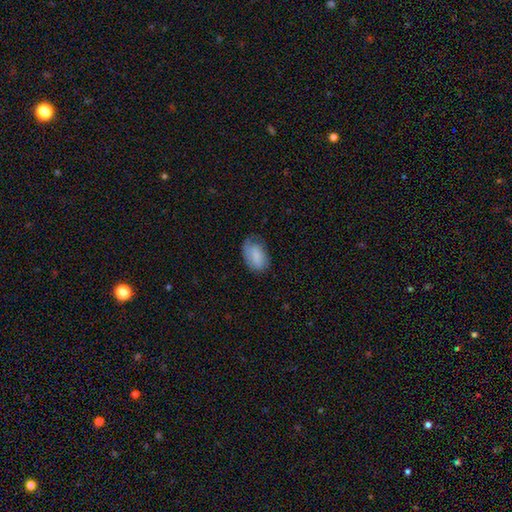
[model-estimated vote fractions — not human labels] Smooth or featured?
  - smooth: 71% *
  - featured or disk: 22%
  - star or artifact: 7%
How rounded?
  - in between: 91% *
  - round: 7%
  - cigar-shaped: 2%
Merging?
  - none: 55% *
  - minor disturbance: 31%
  - major disturbance: 13%
  - merger: 1%